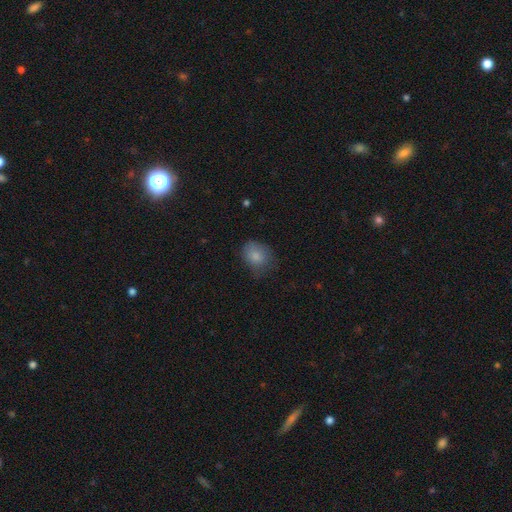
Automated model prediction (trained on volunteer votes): A smooth galaxy with no disk features (82%) that is round (56%).

Vote fractions:
- Smooth or featured? smooth: 82% / star or artifact: 9% / featured or disk: 9%
- How rounded? round: 56% / in between: 43% / cigar-shaped: 1%
- Merging? none: 55% / minor disturbance: 33% / major disturbance: 11% / merger: 1%